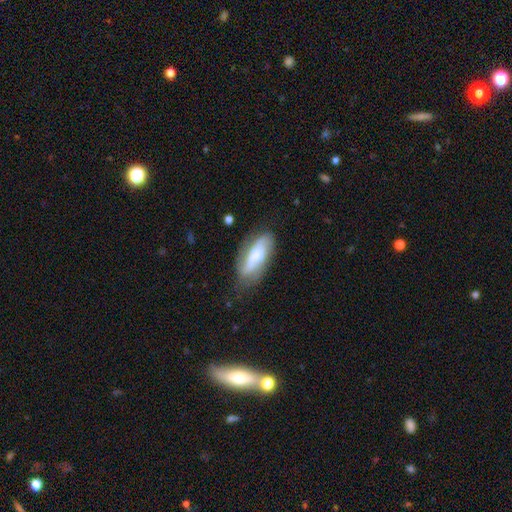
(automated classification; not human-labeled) This is possibly a featured or disk galaxy (50%). Merging: likely none (62%).